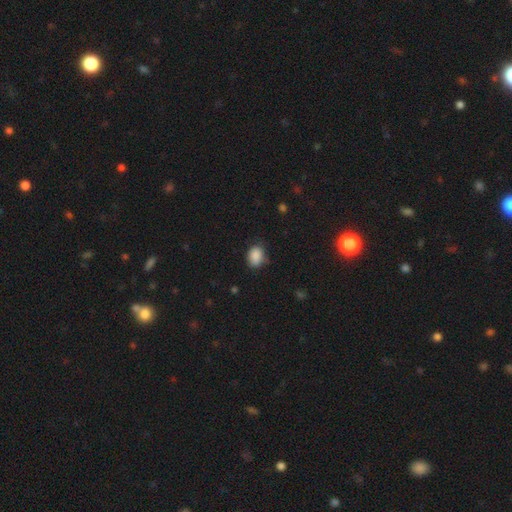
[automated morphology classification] Overall: smooth (88%). How rounded: in between (69%; round 29%). Merging: none (69%).